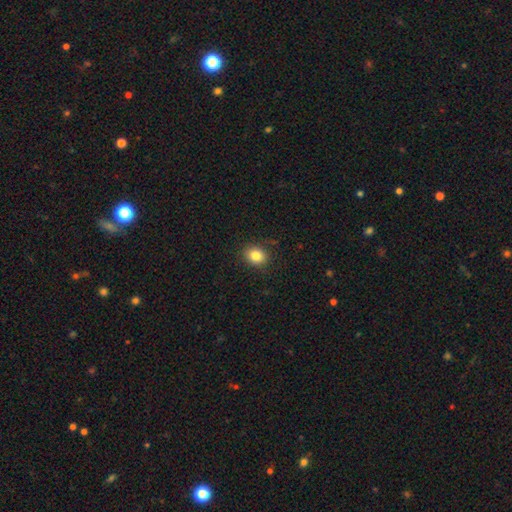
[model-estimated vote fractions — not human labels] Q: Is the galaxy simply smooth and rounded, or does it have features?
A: smooth — 83%.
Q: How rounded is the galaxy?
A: round — 65%.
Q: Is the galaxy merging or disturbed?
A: none — 88%.